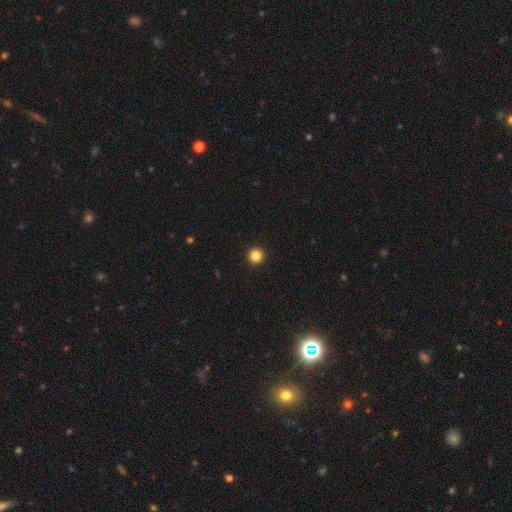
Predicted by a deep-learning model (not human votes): The model was most divided on "smooth or featured": smooth: 85%, star or artifact: 11%, featured or disk: 4%. More confident: how rounded — round (96%); merging — none (94%).